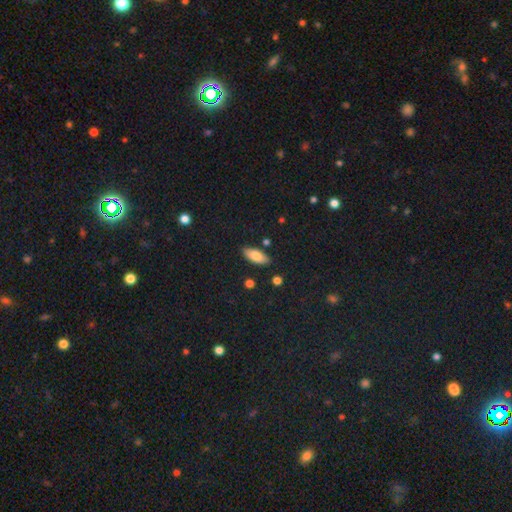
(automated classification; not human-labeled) smooth 80%, featured or disk 12%, star or artifact 8%. Down the decision tree: how rounded — in between (85%); merging — none (85%).